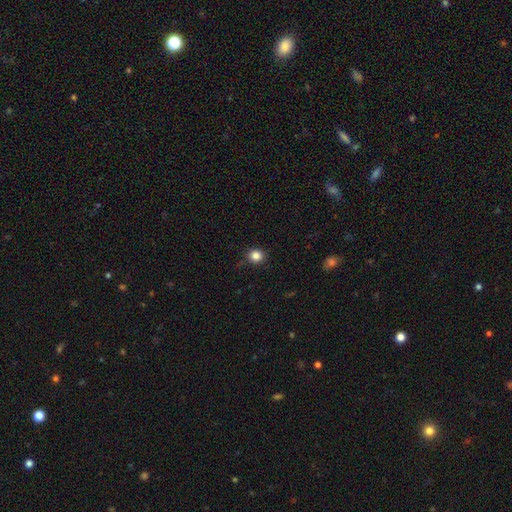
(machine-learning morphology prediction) This is clearly a smooth galaxy (83%). How rounded: clearly round (85%). Merging: clearly none (85%).